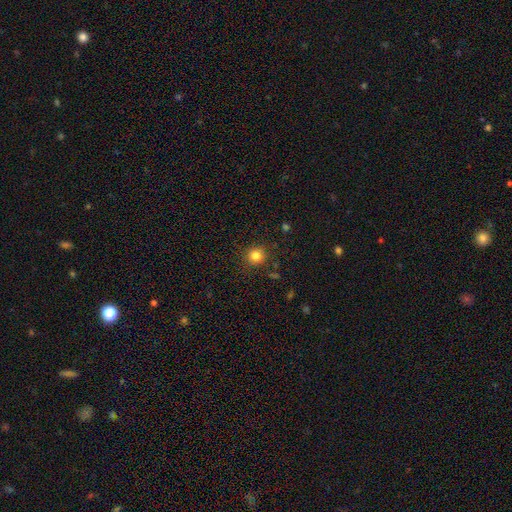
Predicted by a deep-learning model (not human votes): Smooth or featured? Predicted: smooth (p=0.82). How rounded? Predicted: round (p=0.92). Merging? Predicted: none (p=0.88).